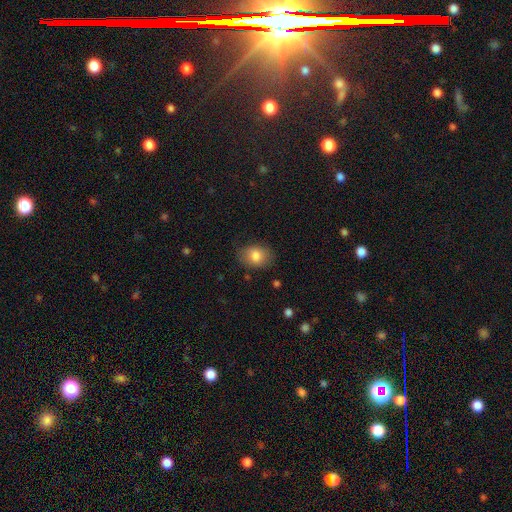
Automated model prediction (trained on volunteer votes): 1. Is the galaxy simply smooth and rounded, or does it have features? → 82% smooth, 10% featured or disk, 8% star or artifact.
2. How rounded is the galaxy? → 67% in between, 32% round, 1% cigar-shaped.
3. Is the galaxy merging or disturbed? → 78% none, 16% minor disturbance, 4% major disturbance, 1% merger.